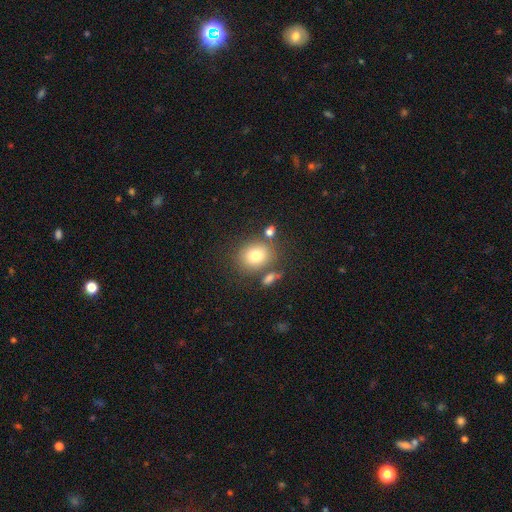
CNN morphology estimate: smooth-or-featured: smooth: 77% | featured or disk: 12% | star or artifact: 11%
  how-rounded: round: 64% | in between: 35% | cigar-shaped: 1%
  merging: none: 70% | merger: 13% | minor disturbance: 12% | major disturbance: 5%